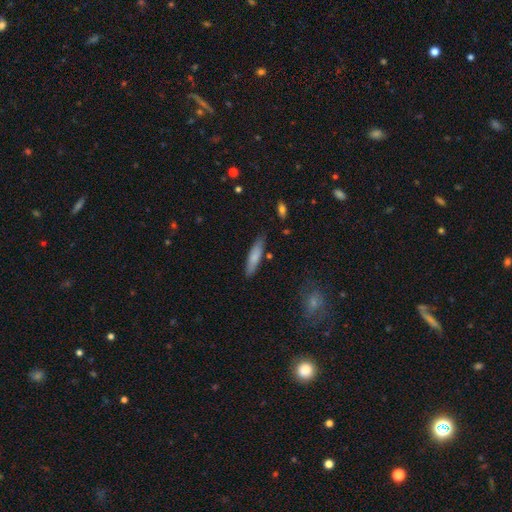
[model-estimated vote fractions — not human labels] Overall: smooth (59%; featured or disk 28%). How rounded: cigar-shaped (82%). Merging: none (85%).